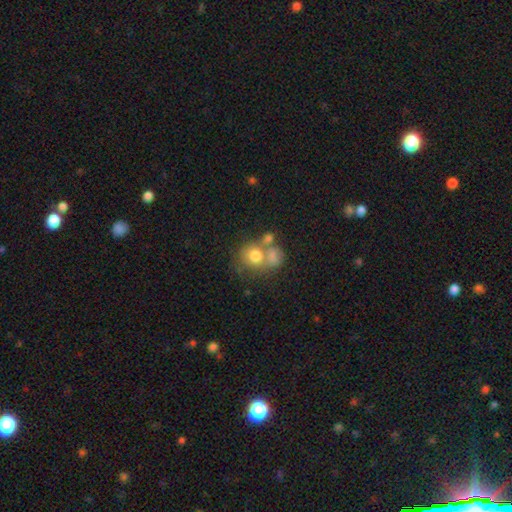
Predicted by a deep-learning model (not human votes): Smooth or featured?
  - smooth: 70% *
  - featured or disk: 20%
  - star or artifact: 10%
How rounded?
  - round: 72% *
  - in between: 27%
  - cigar-shaped: 1%
Merging?
  - merger: 44% *
  - none: 35%
  - minor disturbance: 12%
  - major disturbance: 8%